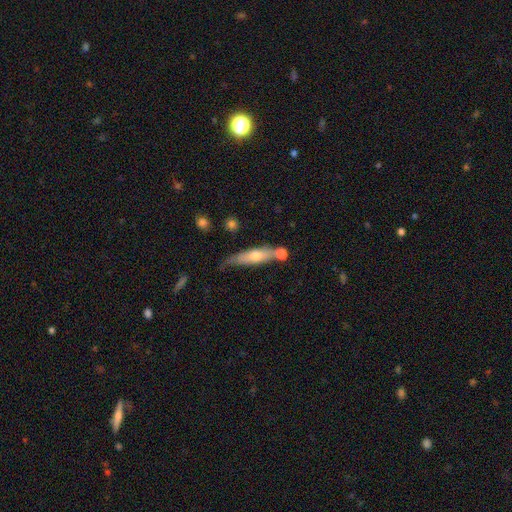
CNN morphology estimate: Overall: smooth (51%; featured or disk 42%). How rounded: cigar-shaped (78%). Merging: none (59%; minor disturbance 21%).